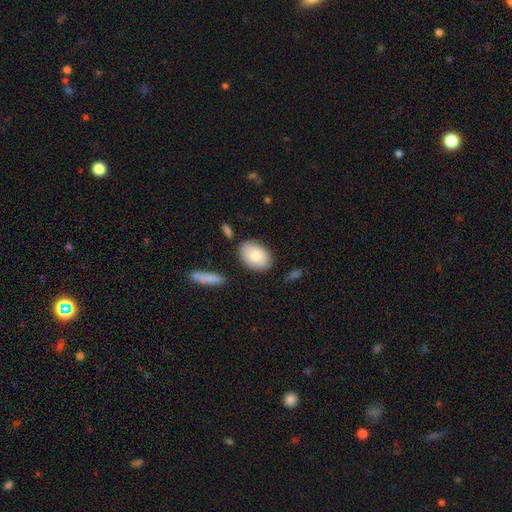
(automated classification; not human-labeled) smooth_or_featured: smooth (p=0.78) [alt: featured or disk p=0.16]
how_rounded: in between (p=0.84) [alt: round p=0.15]
merging: none (p=0.80) [alt: minor disturbance p=0.13]